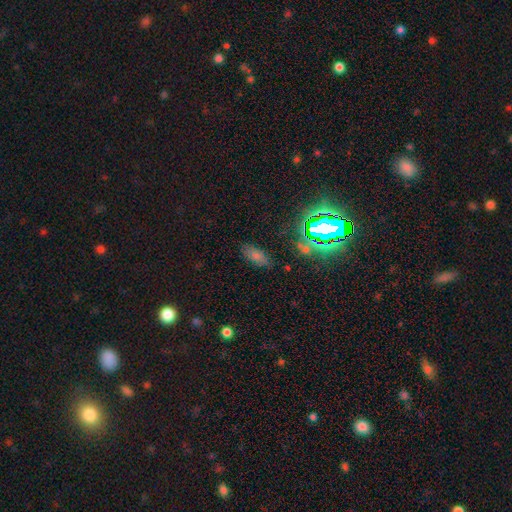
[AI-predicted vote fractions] This appears to be a smooth galaxy with no disk features (64%) that is in between round and cigar-shaped (85%). Merging: none (81%).